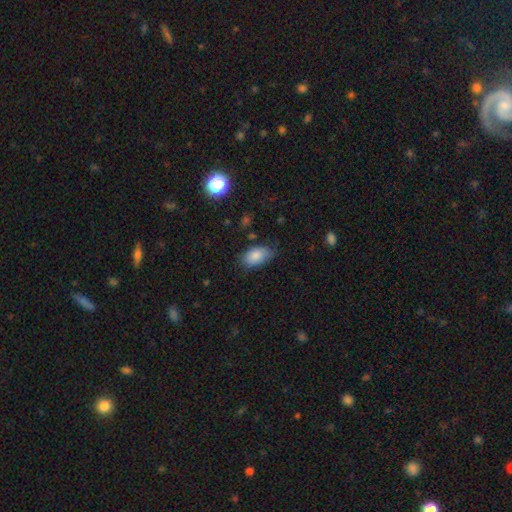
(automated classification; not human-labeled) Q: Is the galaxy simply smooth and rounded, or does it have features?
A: smooth — 85%.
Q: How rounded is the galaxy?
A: in between — 92%.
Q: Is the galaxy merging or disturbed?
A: none — 68%.